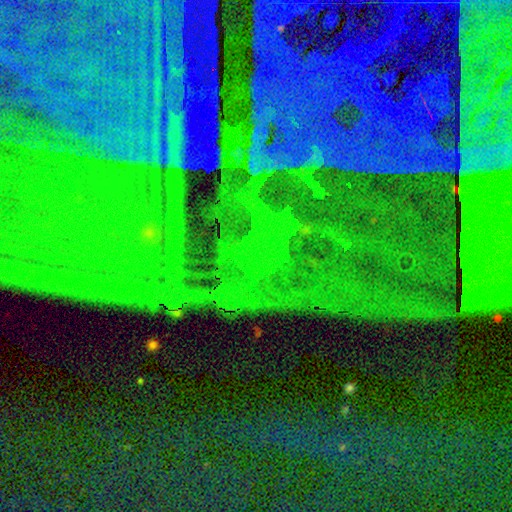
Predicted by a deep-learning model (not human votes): Smooth or featured? Predicted: star or artifact (p=0.84).